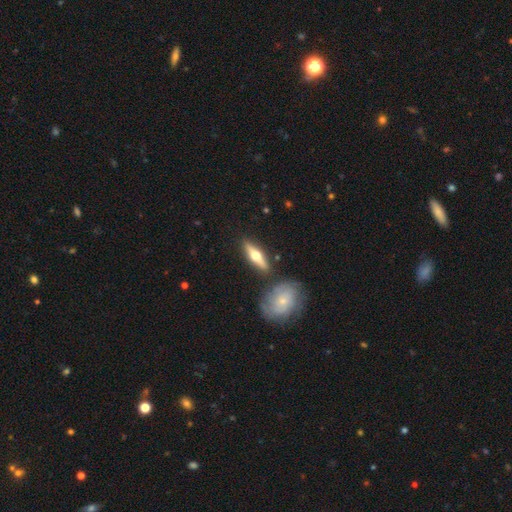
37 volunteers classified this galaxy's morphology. Smooth or featured: featured or disk — 65% (smooth — 32%)
Edge-on disk: yes — 96% (no — 4%)
Edge-on bulge: rounded — 91% (boxy — 4%)
Merging: none — 83% (minor disturbance — 8%)